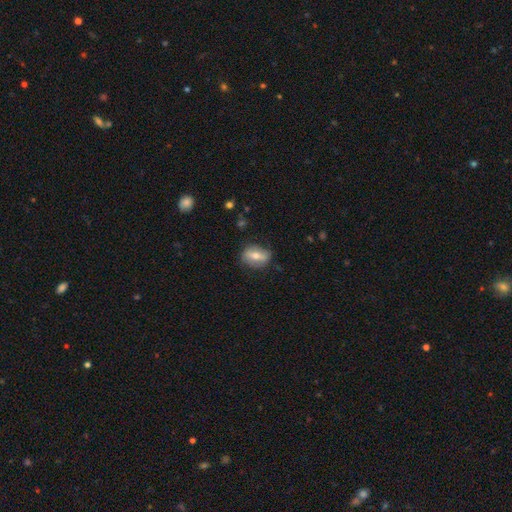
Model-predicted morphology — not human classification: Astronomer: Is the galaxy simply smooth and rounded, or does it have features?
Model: smooth — 54% (runner-up: featured or disk, 38%).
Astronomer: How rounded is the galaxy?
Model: in between — 72%.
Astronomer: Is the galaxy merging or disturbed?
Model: none — 77%.